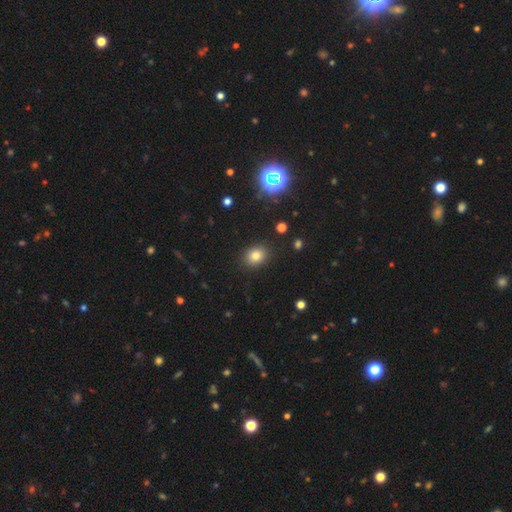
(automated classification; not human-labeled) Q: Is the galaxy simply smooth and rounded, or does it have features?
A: smooth — 79%.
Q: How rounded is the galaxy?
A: round — 50%.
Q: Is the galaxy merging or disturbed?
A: none — 88%.